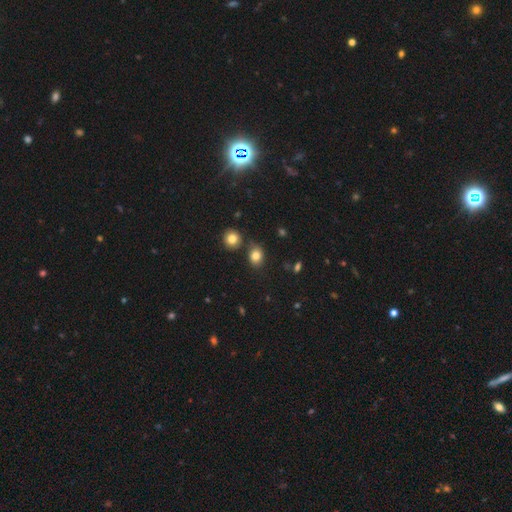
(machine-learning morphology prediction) Smooth or featured?
  - smooth: 81% *
  - star or artifact: 12%
  - featured or disk: 7%
How rounded?
  - round: 52% *
  - in between: 47%
  - cigar-shaped: 1%
Merging?
  - none: 71% *
  - minor disturbance: 13%
  - merger: 12%
  - major disturbance: 4%